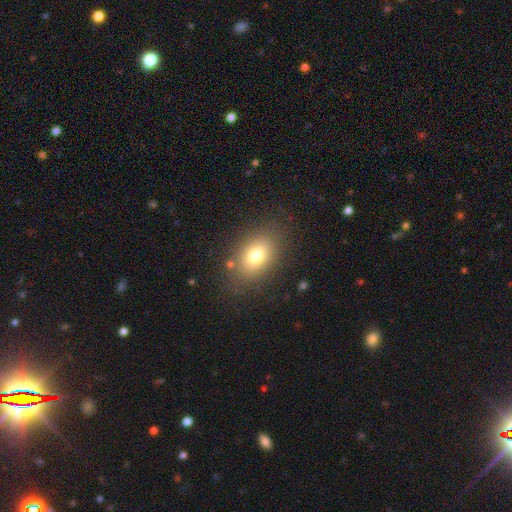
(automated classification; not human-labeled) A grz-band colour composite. It shows a smooth galaxy with no disk features (75%) that is in between round and cigar-shaped (75%). Merging: none (80%).